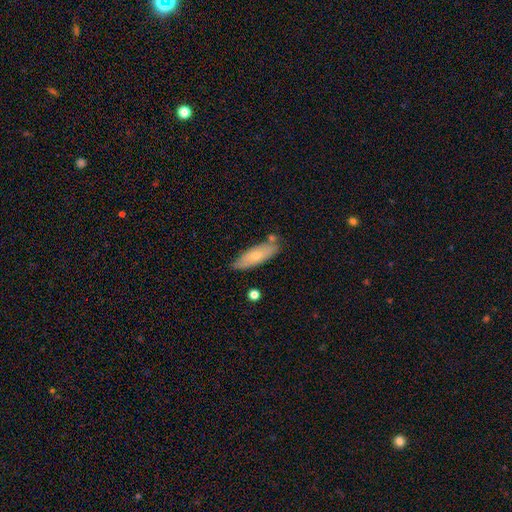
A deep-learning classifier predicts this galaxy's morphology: Smooth or featured: smooth — 66% (featured or disk — 28%)
How rounded: in between — 53% (cigar-shaped — 45%)
Merging: none — 73% (minor disturbance — 18%)